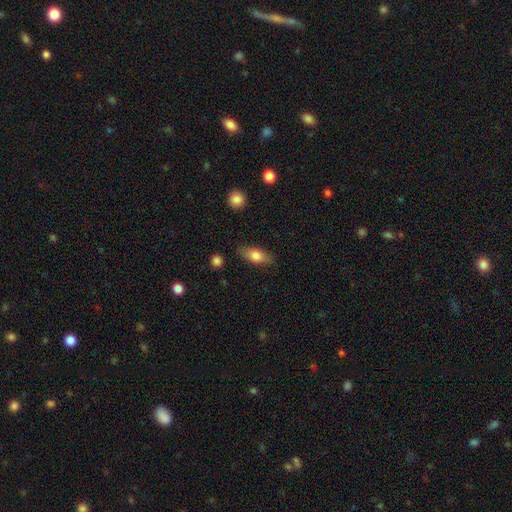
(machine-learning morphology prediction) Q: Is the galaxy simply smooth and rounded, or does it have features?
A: smooth — 75%.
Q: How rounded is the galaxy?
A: in between — 82%.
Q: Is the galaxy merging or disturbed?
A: none — 82%.